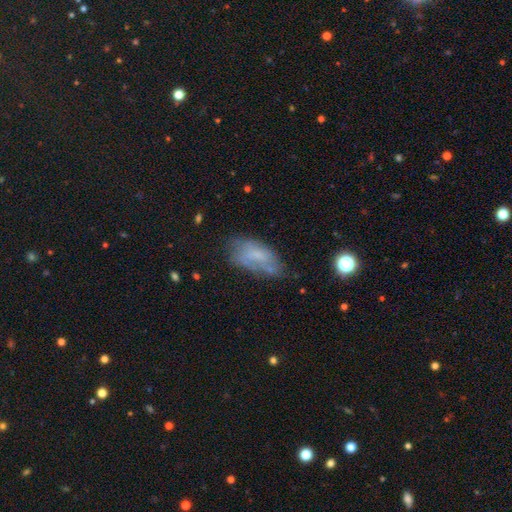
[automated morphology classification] Smooth or featured? Predicted: smooth (p=0.54). How rounded? Predicted: in between (p=0.90). Merging? Predicted: none (p=0.44).